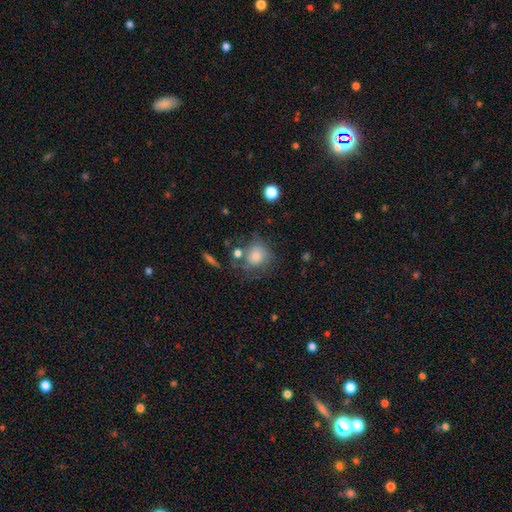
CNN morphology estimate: Overall: smooth (53%; featured or disk 35%). How rounded: round (76%). Merging: none (48%; minor disturbance 22%).